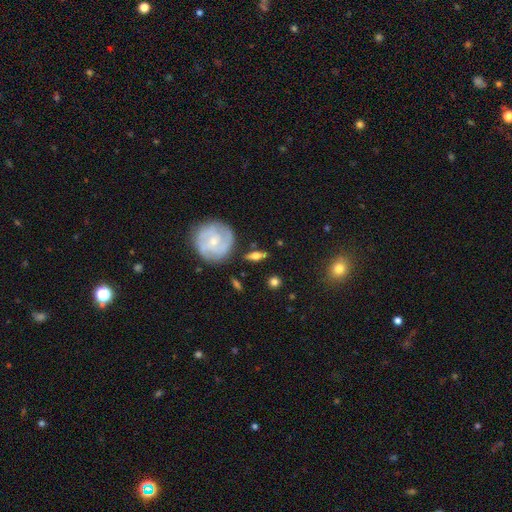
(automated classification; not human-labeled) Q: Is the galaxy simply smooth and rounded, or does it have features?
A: featured or disk — 54%.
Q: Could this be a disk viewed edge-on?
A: yes — 52%.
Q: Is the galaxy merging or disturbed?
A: none — 80%.